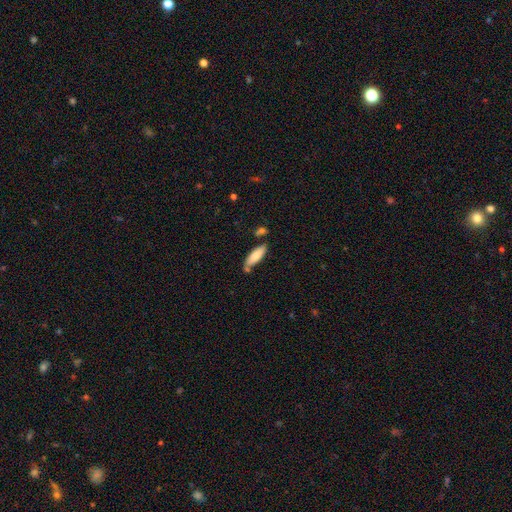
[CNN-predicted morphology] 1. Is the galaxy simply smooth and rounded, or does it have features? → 81% smooth, 13% featured or disk, 6% star or artifact.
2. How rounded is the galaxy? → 51% in between, 47% cigar-shaped, 2% round.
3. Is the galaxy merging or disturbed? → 70% none, 16% minor disturbance, 11% merger, 3% major disturbance.